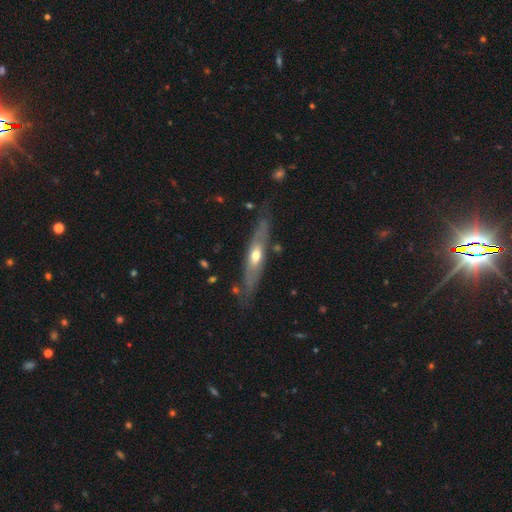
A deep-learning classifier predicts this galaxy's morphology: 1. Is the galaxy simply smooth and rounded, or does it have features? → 62% featured or disk, 32% smooth, 5% star or artifact.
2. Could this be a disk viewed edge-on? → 60% yes, 40% no.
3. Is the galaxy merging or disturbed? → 75% none, 17% minor disturbance, 5% major disturbance, 2% merger.